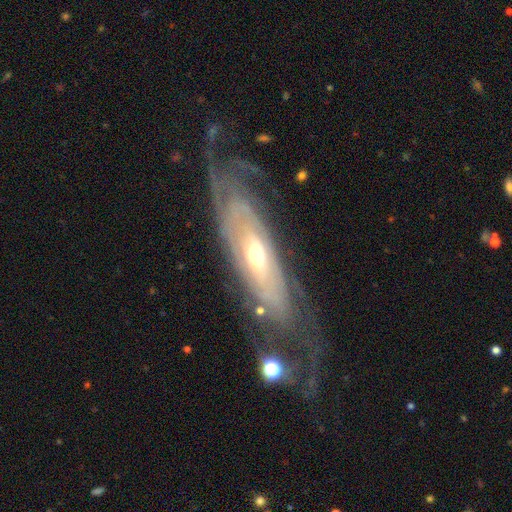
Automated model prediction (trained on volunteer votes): smooth_or_featured: featured or disk (p=0.82) [alt: smooth p=0.13]
disk_edge_on: no (p=0.79) [alt: yes p=0.21]
bar: no (p=0.67) [alt: weak p=0.23]
has_spiral_arms: yes (p=0.77) [alt: no p=0.23]
bulge_size: moderate (p=0.70) [alt: small p=0.15]
merging: none (p=0.62) [alt: minor disturbance p=0.19]